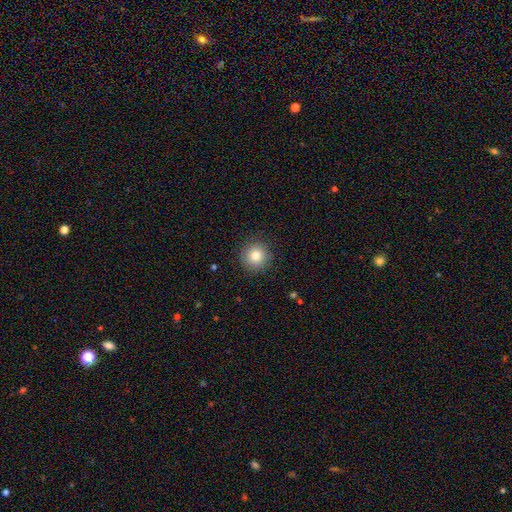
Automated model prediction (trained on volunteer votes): Morphology: type=smooth (81%); roundness=round (95%); merging=none (90%).